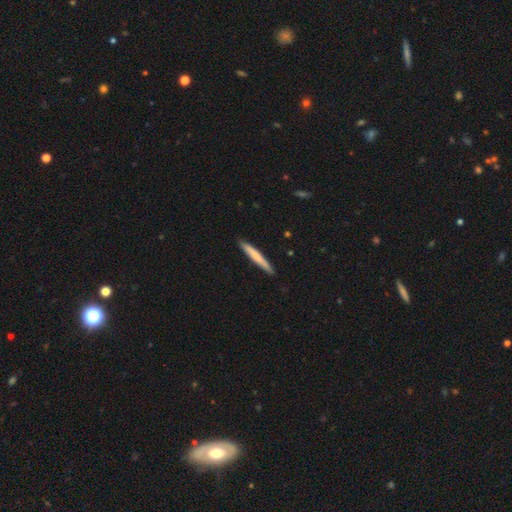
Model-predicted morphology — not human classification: Smooth or featured? smooth (69%)
How rounded? cigar-shaped (96%)
Merging? none (90%)